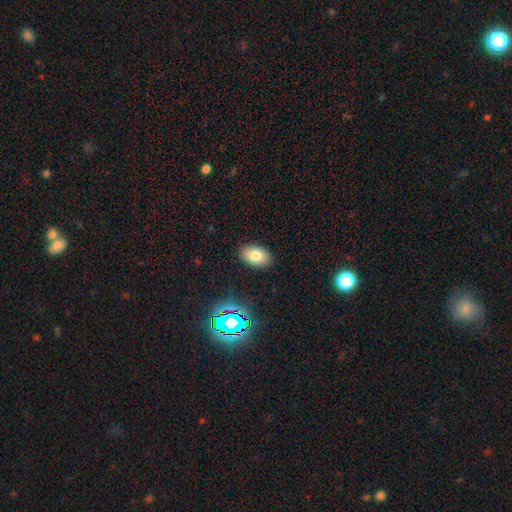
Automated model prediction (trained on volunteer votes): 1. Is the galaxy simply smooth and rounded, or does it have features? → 77% smooth, 12% star or artifact, 11% featured or disk.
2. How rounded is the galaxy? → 89% in between, 10% round, 1% cigar-shaped.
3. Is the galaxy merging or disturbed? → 87% none, 9% minor disturbance, 2% major disturbance, 1% merger.